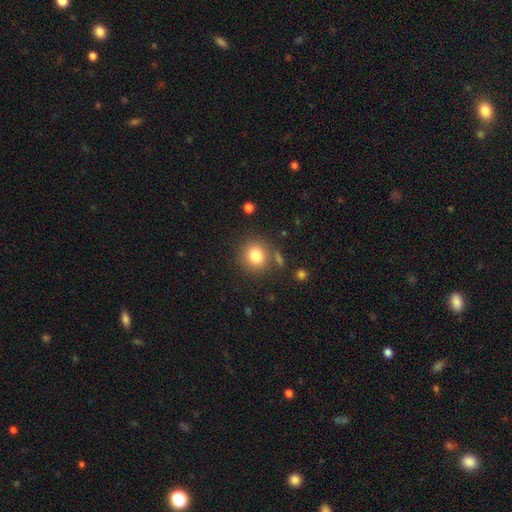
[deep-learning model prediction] This is clearly a smooth galaxy (80%). How rounded: clearly round (88%). Merging: clearly none (81%).